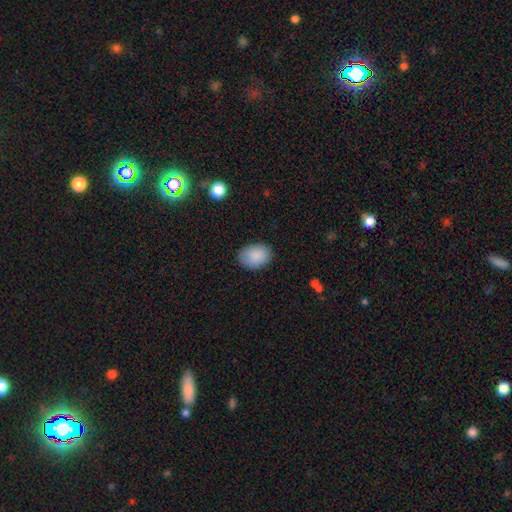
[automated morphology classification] smooth-or-featured: smooth: 89% | star or artifact: 7% | featured or disk: 4%
  how-rounded: in between: 78% | round: 21% | cigar-shaped: 1%
  merging: none: 86% | minor disturbance: 11% | major disturbance: 3% | merger: 1%